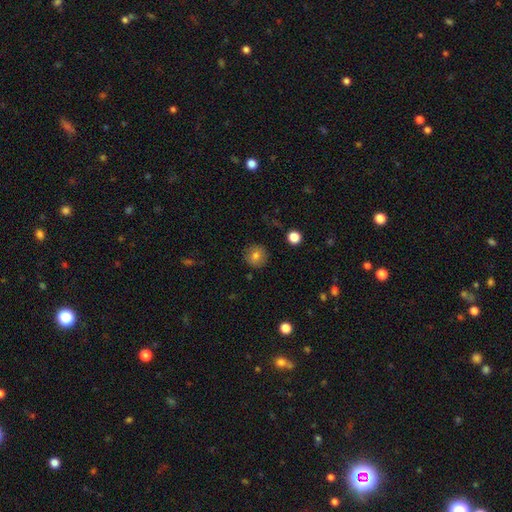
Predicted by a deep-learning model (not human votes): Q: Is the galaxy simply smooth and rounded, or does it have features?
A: smooth — 81%.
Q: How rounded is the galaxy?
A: round — 94%.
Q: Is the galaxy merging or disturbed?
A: none — 89%.